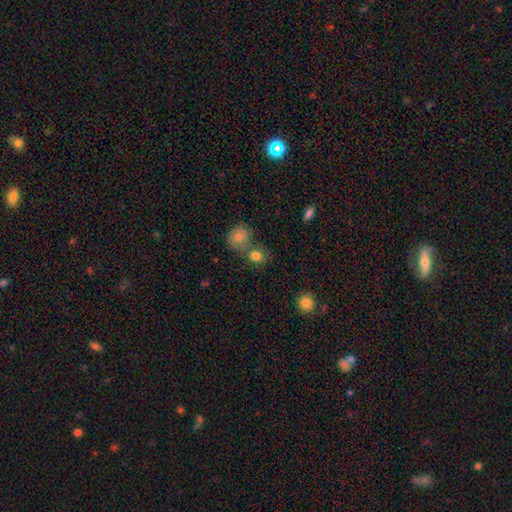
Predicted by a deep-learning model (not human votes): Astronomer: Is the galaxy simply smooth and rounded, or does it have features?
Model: smooth — 82%.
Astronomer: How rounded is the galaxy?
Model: round — 68%.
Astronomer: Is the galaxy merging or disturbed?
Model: none — 51% (runner-up: merger, 34%).